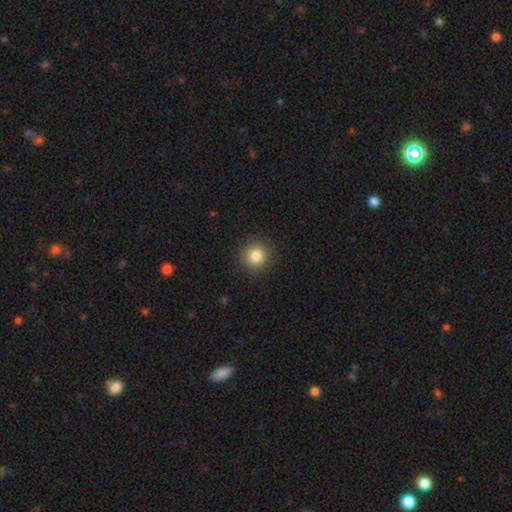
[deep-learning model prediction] Smooth or featured?
  - smooth: 84% *
  - star or artifact: 11%
  - featured or disk: 5%
How rounded?
  - round: 93% *
  - in between: 6%
  - cigar-shaped: 1%
Merging?
  - none: 90% *
  - minor disturbance: 6%
  - major disturbance: 2%
  - merger: 1%